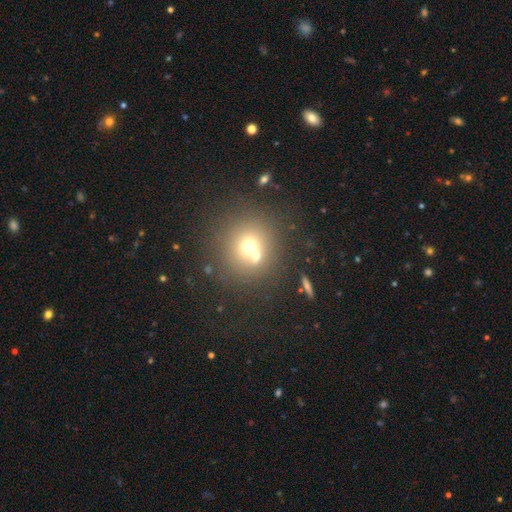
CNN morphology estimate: Smooth or featured: smooth — 64% (star or artifact — 19%)
How rounded: round — 89% (in between — 10%)
Merging: none — 51% (merger — 37%)